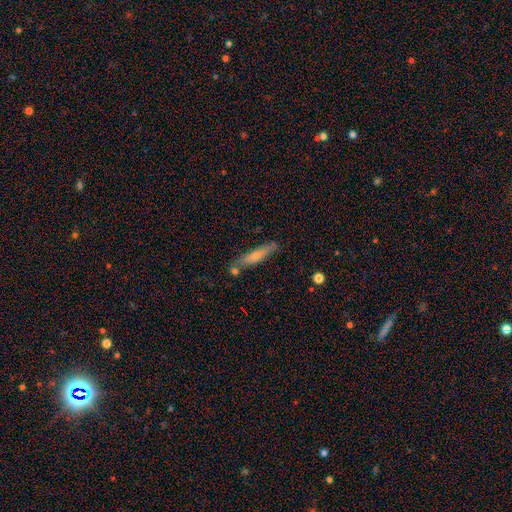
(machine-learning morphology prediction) smooth_or_featured: smooth (p=0.62) [alt: featured or disk p=0.31]
how_rounded: cigar-shaped (p=0.85) [alt: in between p=0.13]
merging: none (p=0.72) [alt: minor disturbance p=0.16]